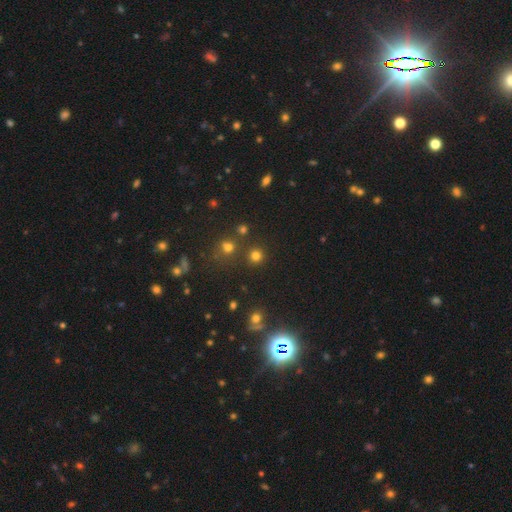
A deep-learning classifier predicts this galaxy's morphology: Smooth or featured? smooth (74%)
How rounded? round (93%)
Merging? none (83%)